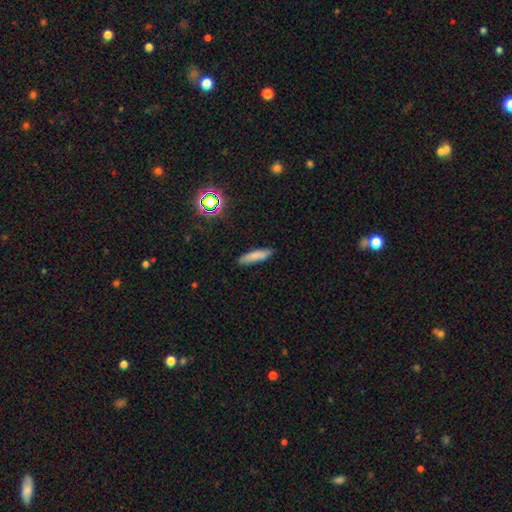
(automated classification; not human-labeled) Overall: smooth (81%). How rounded: cigar-shaped (78%). Merging: none (84%).